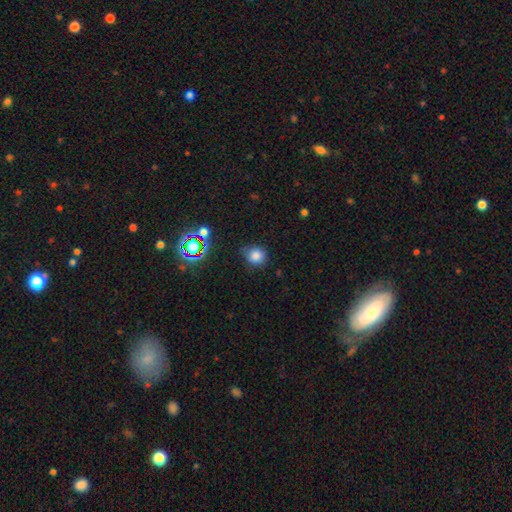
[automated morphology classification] Overall: smooth (79%). How rounded: round (82%). Merging: none (73%).